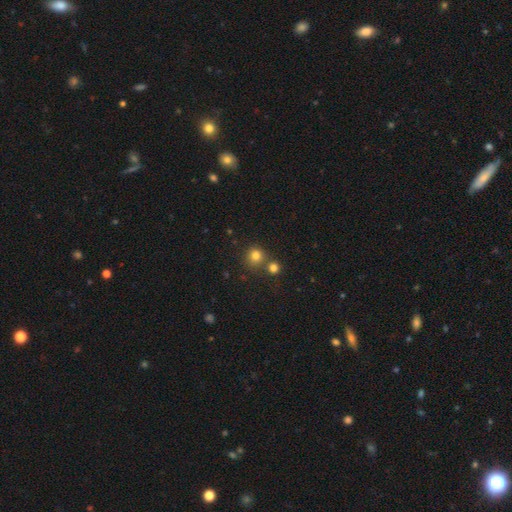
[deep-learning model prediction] Smooth or featured? Predicted: smooth (p=0.79). How rounded? Predicted: round (p=0.91). Merging? Predicted: none (p=0.69).